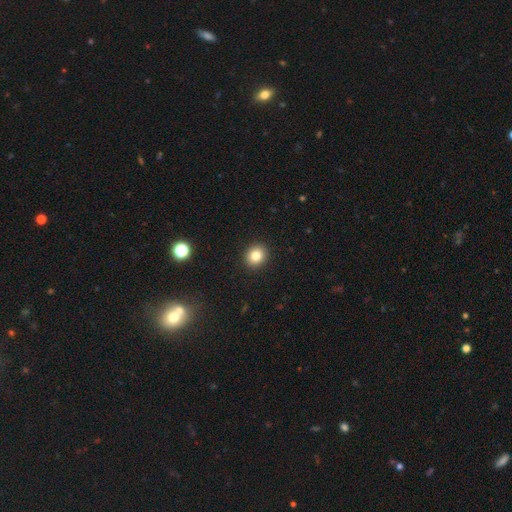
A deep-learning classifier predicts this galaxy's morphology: A smooth galaxy with no disk features (83%) that is round (75%).

Vote fractions:
- Smooth or featured? smooth: 83% / star or artifact: 11% / featured or disk: 6%
- How rounded? round: 75% / in between: 24% / cigar-shaped: 1%
- Merging? none: 92% / minor disturbance: 5% / major disturbance: 2% / merger: 1%